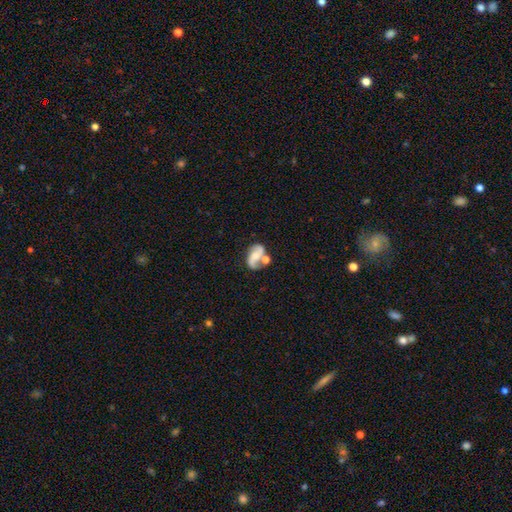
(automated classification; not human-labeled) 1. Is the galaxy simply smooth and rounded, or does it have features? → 69% featured or disk, 23% smooth, 8% star or artifact.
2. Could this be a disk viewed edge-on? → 97% no, 3% yes.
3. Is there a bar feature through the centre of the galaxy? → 56% no, 32% weak, 12% strong.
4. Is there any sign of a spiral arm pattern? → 89% yes, 11% no.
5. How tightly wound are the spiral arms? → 49% loose, 38% medium, 13% tight.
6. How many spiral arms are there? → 88% 2, 5% 1, 5% can't tell, 1% 3, 1% 4, 1% more than 4.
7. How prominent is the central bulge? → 38% moderate, 35% small, 18% none, 7% large, 2% dominant.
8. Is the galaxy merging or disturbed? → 44% none, 28% merger, 18% minor disturbance, 10% major disturbance.